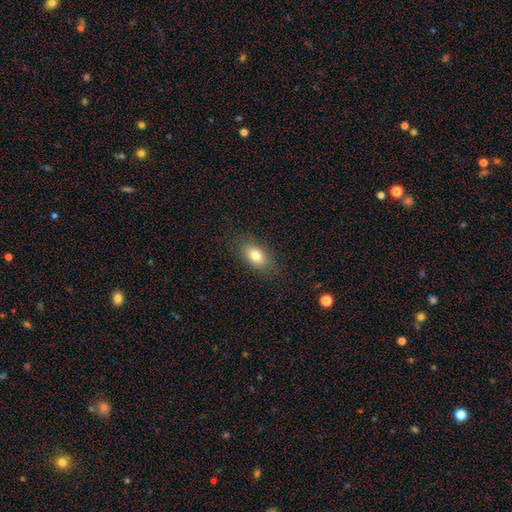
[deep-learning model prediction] Morphology: type=smooth (80%); roundness=in between (87%); merging=none (83%).